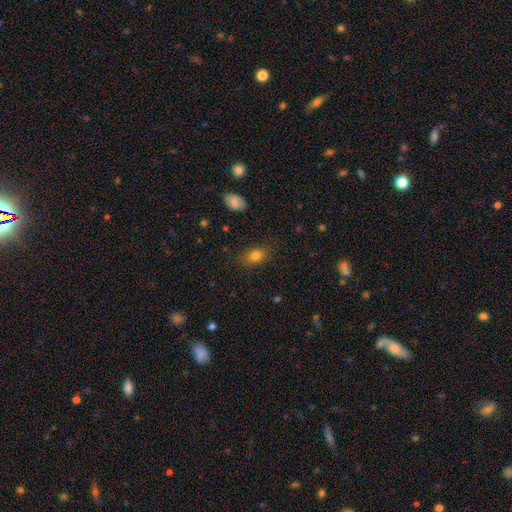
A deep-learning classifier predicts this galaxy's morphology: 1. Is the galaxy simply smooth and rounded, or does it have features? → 80% smooth, 11% star or artifact, 8% featured or disk.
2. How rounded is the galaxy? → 75% in between, 23% round, 2% cigar-shaped.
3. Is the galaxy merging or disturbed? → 80% none, 14% minor disturbance, 4% major disturbance, 1% merger.